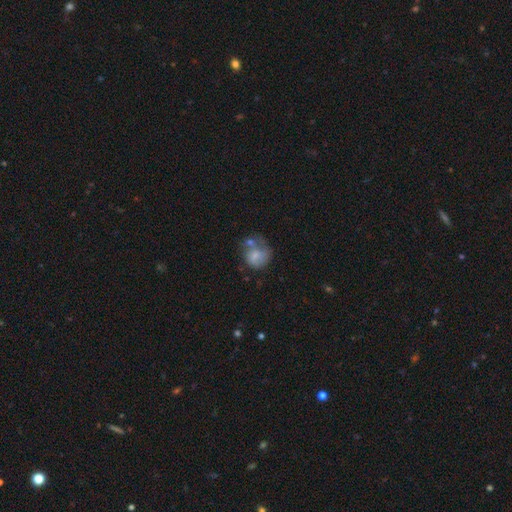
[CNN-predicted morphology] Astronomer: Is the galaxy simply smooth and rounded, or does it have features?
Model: smooth — 67%.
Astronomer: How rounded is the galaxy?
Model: round — 68%.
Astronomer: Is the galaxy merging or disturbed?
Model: none — 33% (runner-up: merger, 25%).